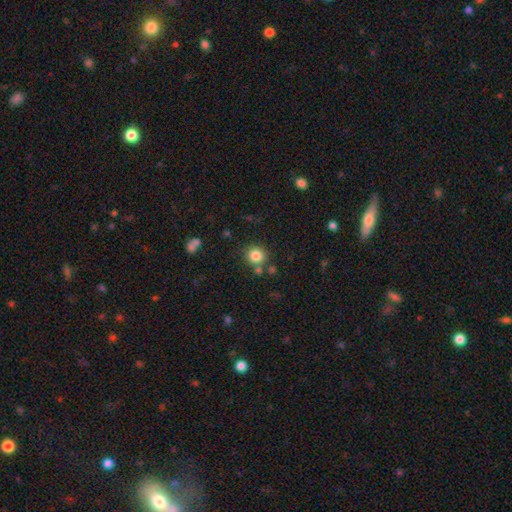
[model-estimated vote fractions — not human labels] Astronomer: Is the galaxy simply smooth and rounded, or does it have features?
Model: smooth — 83%.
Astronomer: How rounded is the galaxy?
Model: round — 89%.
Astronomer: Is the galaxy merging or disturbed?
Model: none — 77%.